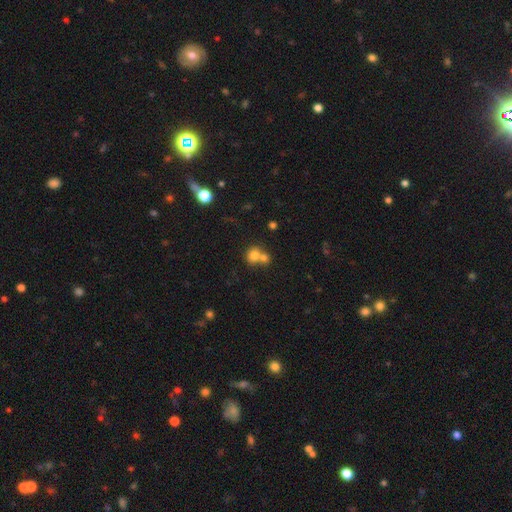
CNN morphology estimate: This is likely a smooth galaxy (76%). How rounded: likely round (77%). Merging: possibly merger (51%).